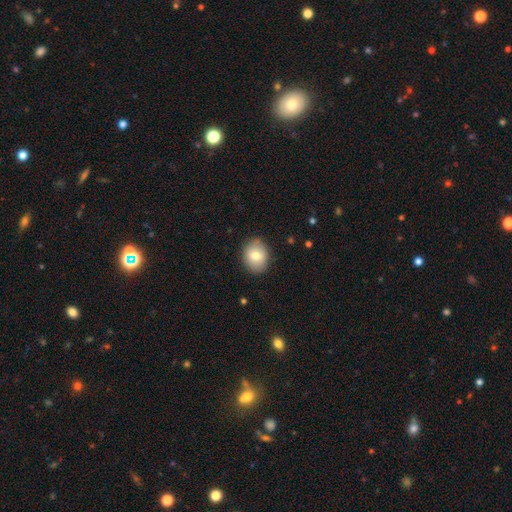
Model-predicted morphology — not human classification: smooth 78%, featured or disk 15%, star or artifact 8%. Down the decision tree: how rounded — in between (51%); merging — none (85%).